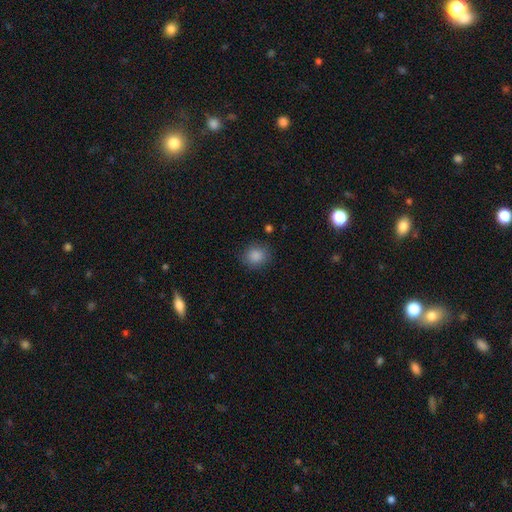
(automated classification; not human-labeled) smooth 87%, star or artifact 9%, featured or disk 4%. Down the decision tree: how rounded — round (81%); merging — none (85%).